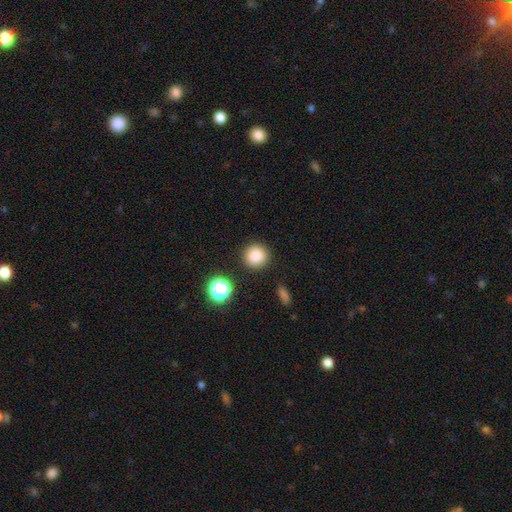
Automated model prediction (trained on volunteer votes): smooth 84%, star or artifact 11%, featured or disk 4%. Down the decision tree: how rounded — round (93%); merging — none (89%).